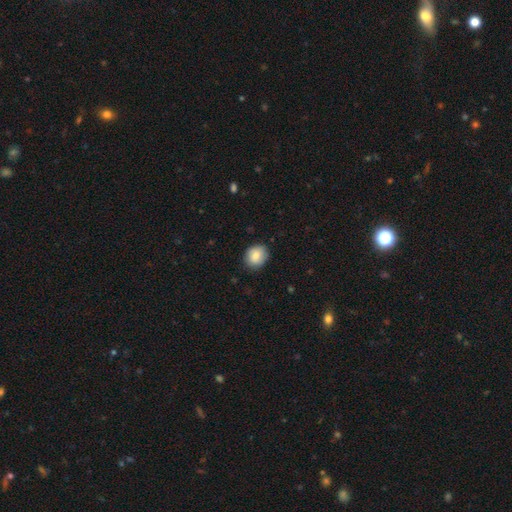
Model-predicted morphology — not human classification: smooth 84%, featured or disk 8%, star or artifact 8%. Down the decision tree: how rounded — round (69%); merging — none (83%).